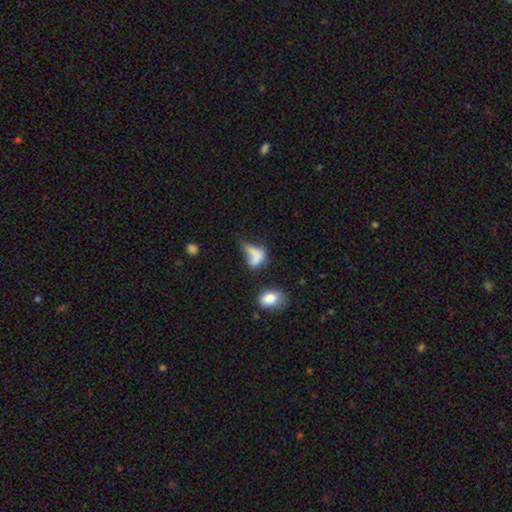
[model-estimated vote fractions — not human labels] Q: Smooth or featured?
A: smooth (67%); runner-up: featured or disk (21%)
Q: How rounded?
A: in between (72%); runner-up: round (15%)
Q: Merging?
A: major disturbance (30%); runner-up: merger (27%)